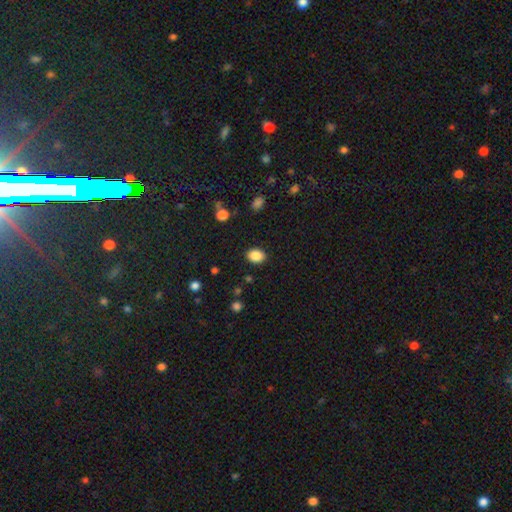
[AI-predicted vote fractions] This appears to be a smooth galaxy with no disk features (87%) that is in between round and cigar-shaped (62%). Merging: none (89%).